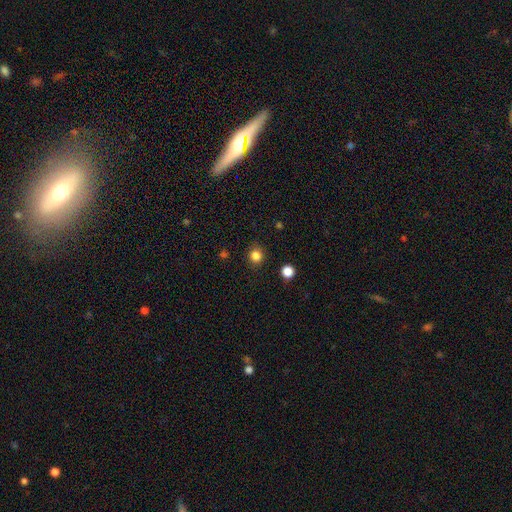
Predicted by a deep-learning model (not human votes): Overall: smooth (83%). How rounded: round (87%). Merging: none (87%).